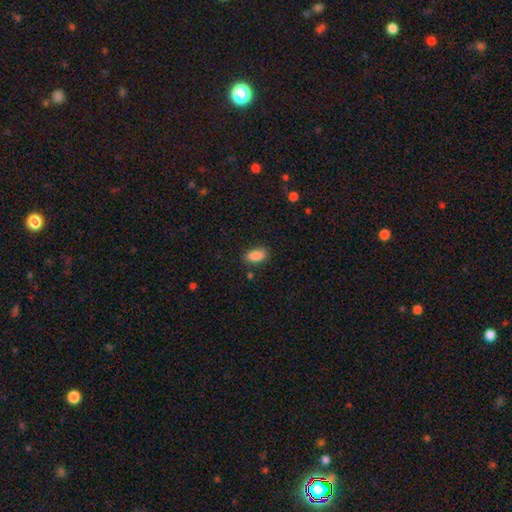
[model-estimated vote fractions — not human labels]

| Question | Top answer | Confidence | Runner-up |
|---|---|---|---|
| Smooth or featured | smooth | 88% | star or artifact (8%) |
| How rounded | in between | 91% | cigar-shaped (5%) |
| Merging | none | 82% | minor disturbance (13%) |